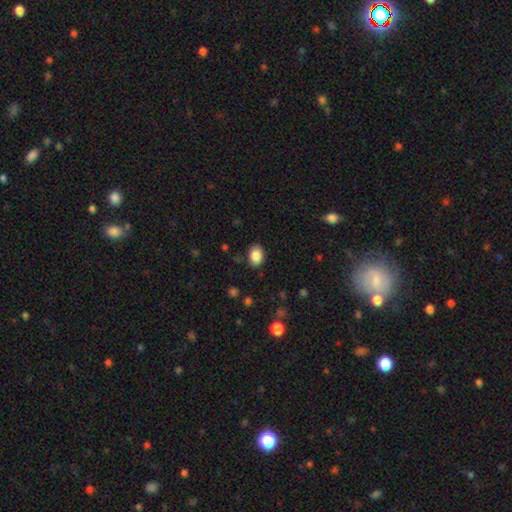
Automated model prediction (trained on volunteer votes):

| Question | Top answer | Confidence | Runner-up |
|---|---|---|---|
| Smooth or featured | smooth | 87% | star or artifact (8%) |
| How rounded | in between | 73% | round (26%) |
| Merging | none | 86% | minor disturbance (10%) |